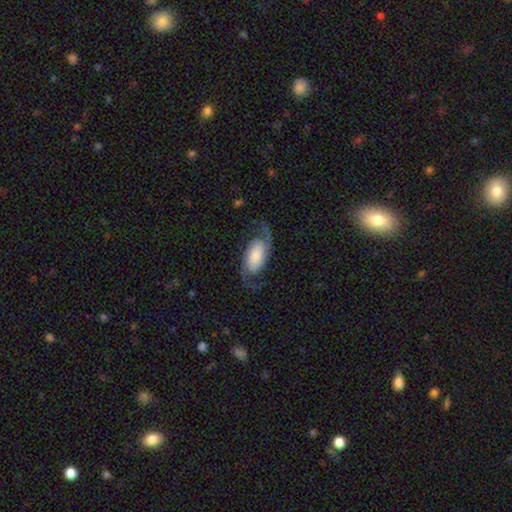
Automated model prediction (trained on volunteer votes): Smooth or featured?
  - featured or disk: 79% *
  - smooth: 15%
  - star or artifact: 6%
Edge-on disk?
  - no: 96% *
  - yes: 4%
Bar?
  - no: 63% *
  - weak: 26%
  - strong: 11%
Spiral arms?
  - yes: 96% *
  - no: 4%
Spiral winding?
  - loose: 50% *
  - medium: 37%
  - tight: 13%
Spiral arm count?
  - 2: 93% *
  - can't tell: 2%
  - 1: 2%
  - 3: 1%
  - 4: 1%
  - more than 4: 1%
Bulge size?
  - small: 26% *
  - large: 25%
  - moderate: 17%
  - dominant: 17%
  - none: 15%
Merging?
  - none: 71% *
  - minor disturbance: 16%
  - major disturbance: 12%
  - merger: 1%